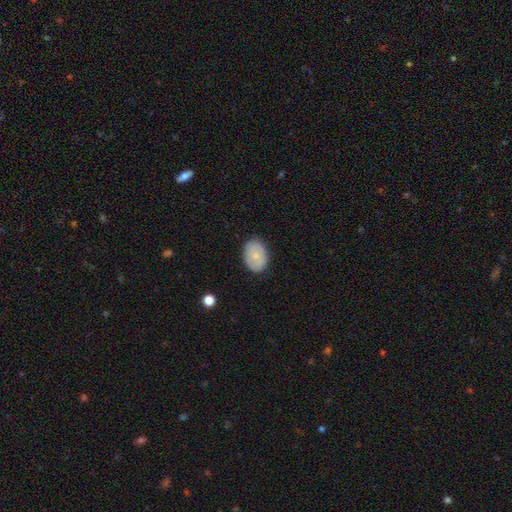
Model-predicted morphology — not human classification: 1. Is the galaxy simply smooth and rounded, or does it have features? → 73% smooth, 20% featured or disk, 7% star or artifact.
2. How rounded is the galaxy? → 73% in between, 26% round, 1% cigar-shaped.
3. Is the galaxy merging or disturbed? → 84% none, 12% minor disturbance, 3% major disturbance, 1% merger.